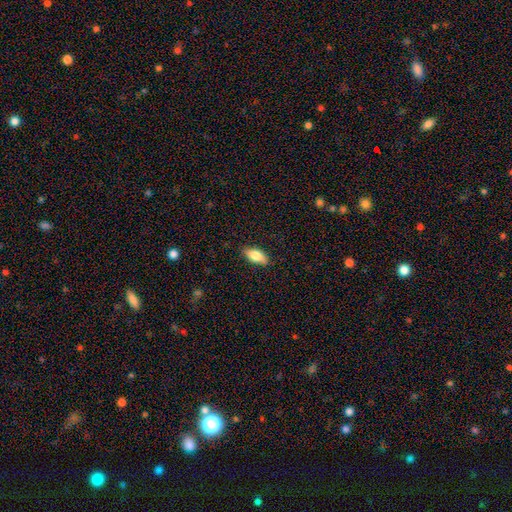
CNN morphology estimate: Overall: smooth (78%). How rounded: in between (86%). Merging: none (86%).